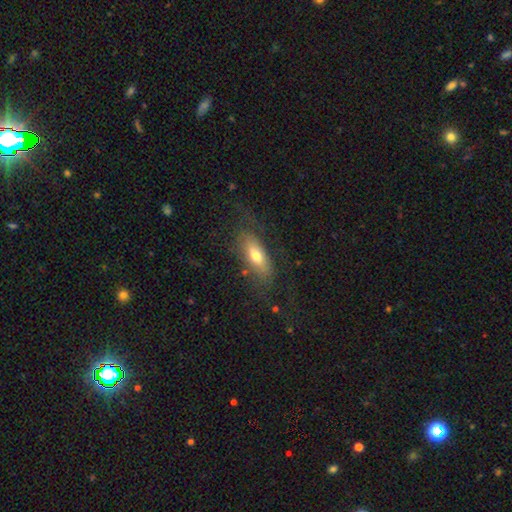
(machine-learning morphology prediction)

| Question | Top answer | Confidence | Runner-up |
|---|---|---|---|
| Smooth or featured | smooth | 63% | featured or disk (29%) |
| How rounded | in between | 77% | cigar-shaped (20%) |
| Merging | none | 65% | minor disturbance (20%) |